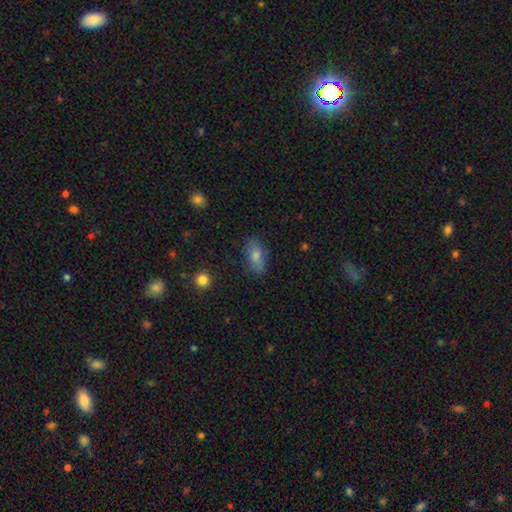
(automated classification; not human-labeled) A smooth galaxy with no disk features (73%) that is in between round and cigar-shaped (83%). Merging: none (82%).